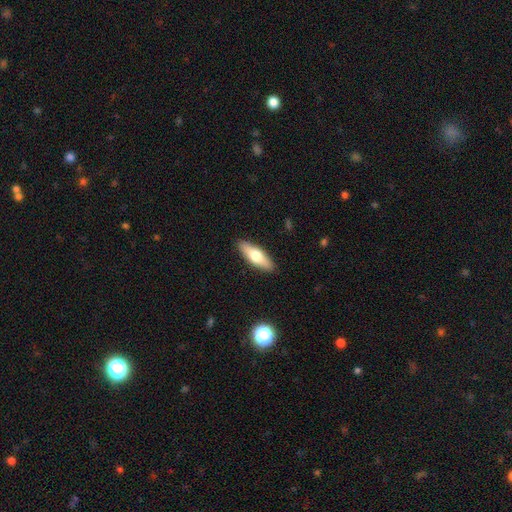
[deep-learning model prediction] Morphology: type=smooth (63%); roundness=in between (56%); merging=none (90%).